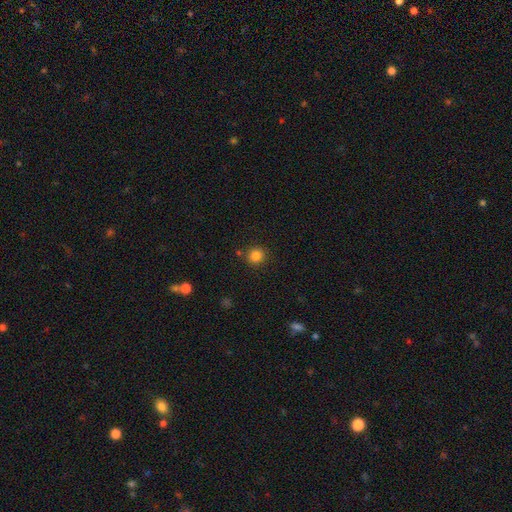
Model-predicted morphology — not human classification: A smooth galaxy with no disk features (83%) that is round (91%).

Vote fractions:
- Smooth or featured? smooth: 83% / star or artifact: 12% / featured or disk: 5%
- How rounded? round: 91% / in between: 8% / cigar-shaped: 1%
- Merging? none: 85% / minor disturbance: 8% / merger: 4% / major disturbance: 2%